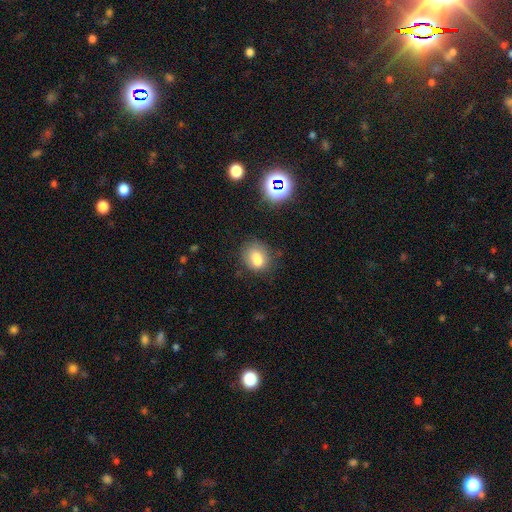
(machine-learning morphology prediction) This is likely a smooth galaxy (72%). How rounded: possibly round (51%). Merging: likely none (69%).